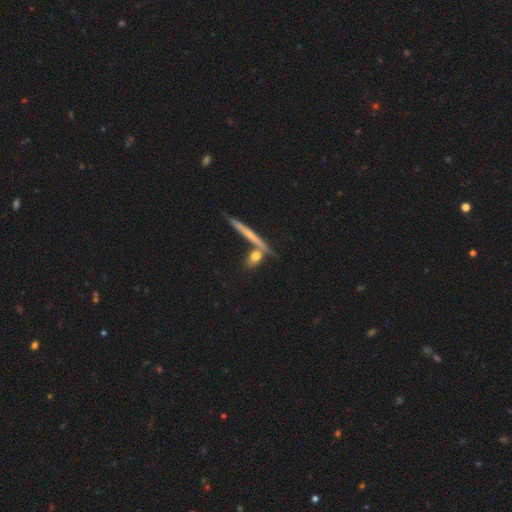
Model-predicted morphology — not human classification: Smooth or featured? smooth (66%)
How rounded? cigar-shaped (40%)
Merging? none (60%)